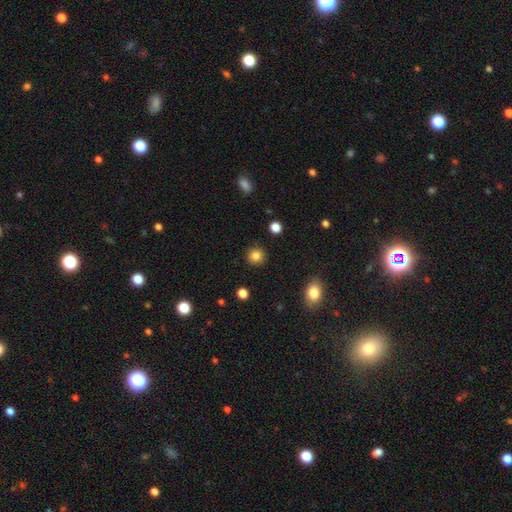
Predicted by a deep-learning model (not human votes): Smooth or featured: smooth — 85% (star or artifact — 11%)
How rounded: round — 93% (in between — 6%)
Merging: none — 91% (minor disturbance — 5%)